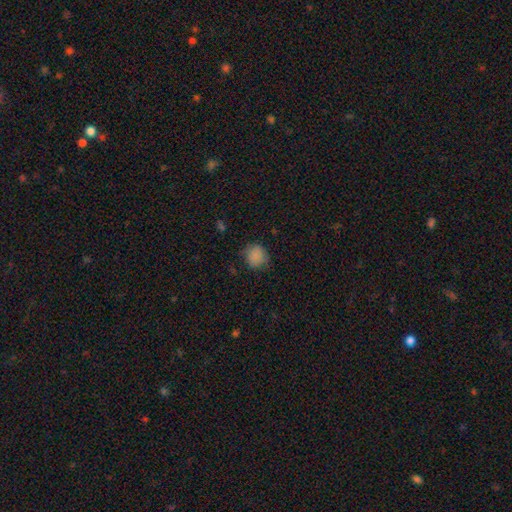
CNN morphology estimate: smooth 85%, star or artifact 10%, featured or disk 5%. Down the decision tree: how rounded — round (83%); merging — none (75%).